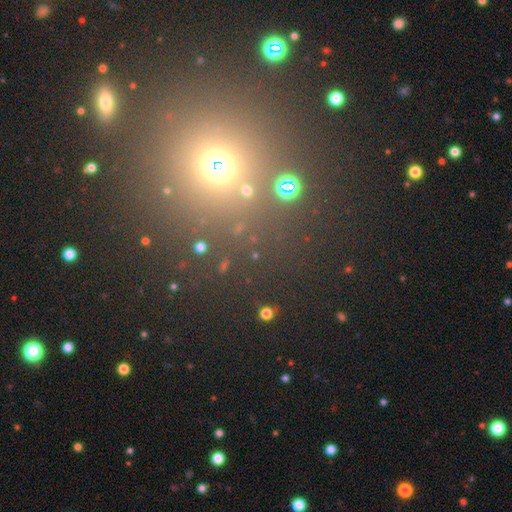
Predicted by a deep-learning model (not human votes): smooth-or-featured: star or artifact: 56% | smooth: 35% | featured or disk: 9%